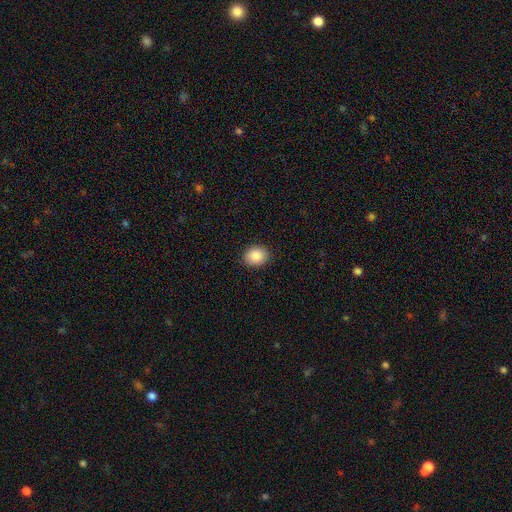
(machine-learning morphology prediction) A smooth galaxy with no disk features (88%) that is in between round and cigar-shaped (54%).

Vote fractions:
- Smooth or featured? smooth: 88% / star or artifact: 8% / featured or disk: 4%
- How rounded? in between: 54% / round: 45% / cigar-shaped: 1%
- Merging? none: 88% / minor disturbance: 8% / major disturbance: 2% / merger: 1%